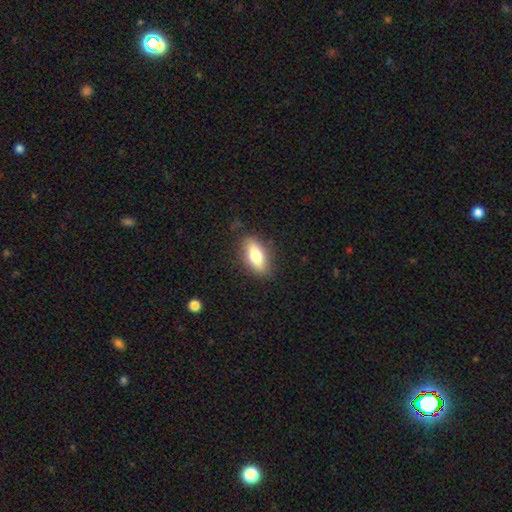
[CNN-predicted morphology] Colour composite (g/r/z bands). It shows a smooth galaxy with no disk features (75%) that is in between round and cigar-shaped (78%). Merging: none (82%).